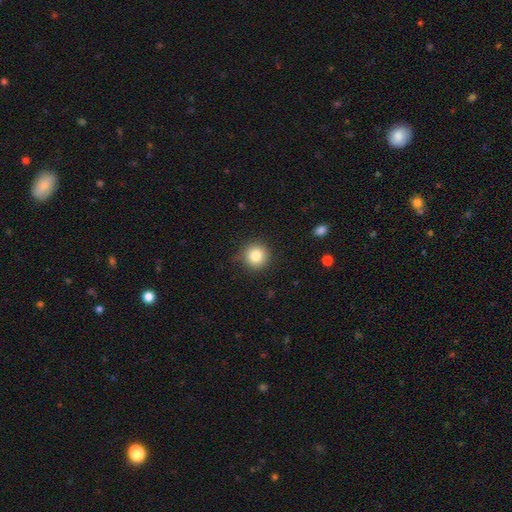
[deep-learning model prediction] The model was most divided on "smooth or featured": smooth: 82%, star or artifact: 10%, featured or disk: 7%. More confident: how rounded — round (94%); merging — none (86%).